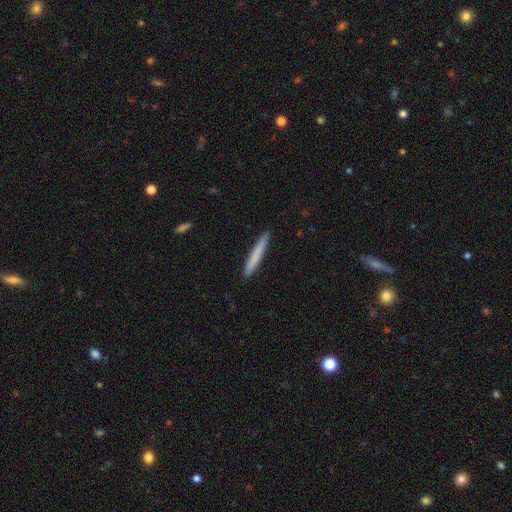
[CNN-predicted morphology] This is likely a smooth galaxy (71%). How rounded: clearly cigar-shaped (97%). Merging: clearly none (91%).